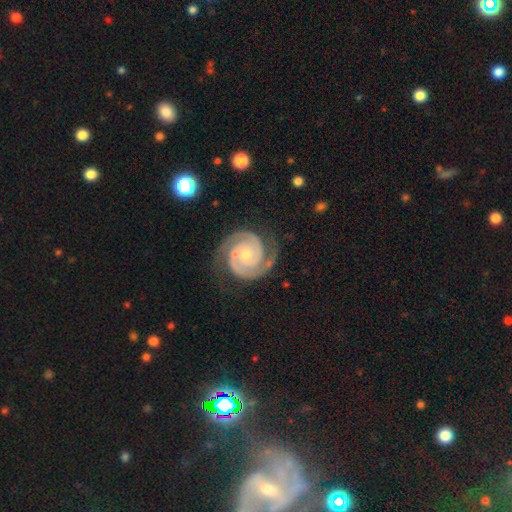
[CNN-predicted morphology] Smooth or featured? Predicted: featured or disk (p=0.92). Edge-on disk? Predicted: no (p=0.98). Bar? Predicted: no (p=0.73). Spiral arms? Predicted: yes (p=0.99). Spiral winding? Predicted: tight (p=0.72). Spiral arm count? Predicted: 2 (p=0.92). Bulge size? Predicted: small (p=0.54). Merging? Predicted: none (p=0.79).